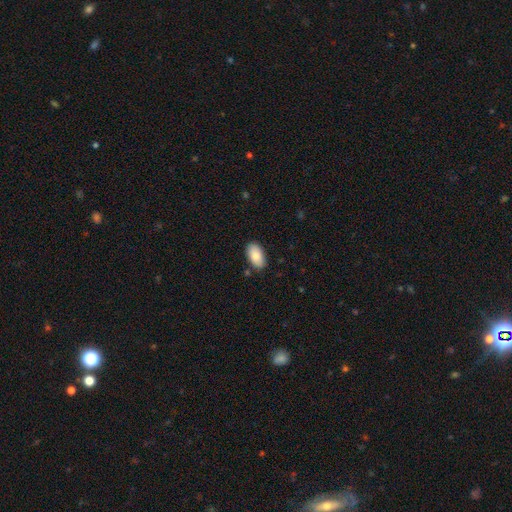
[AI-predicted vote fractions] The model was most divided on "merging": none: 85%, minor disturbance: 11%, major disturbance: 2%, merger: 2%. More confident: how rounded — in between (95%); smooth or featured — smooth (86%).